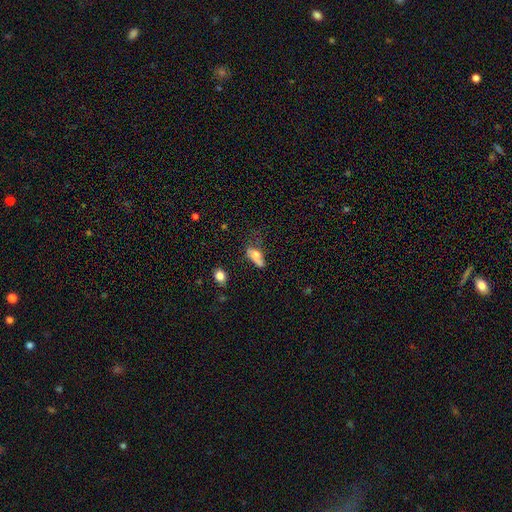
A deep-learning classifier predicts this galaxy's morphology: A smooth galaxy with no disk features (62%) that is in between round and cigar-shaped (74%).

Vote fractions:
- Smooth or featured? smooth: 62% / featured or disk: 26% / star or artifact: 12%
- How rounded? in between: 74% / cigar-shaped: 18% / round: 7%
- Merging? major disturbance: 32% / none: 28% / minor disturbance: 25% / merger: 14%